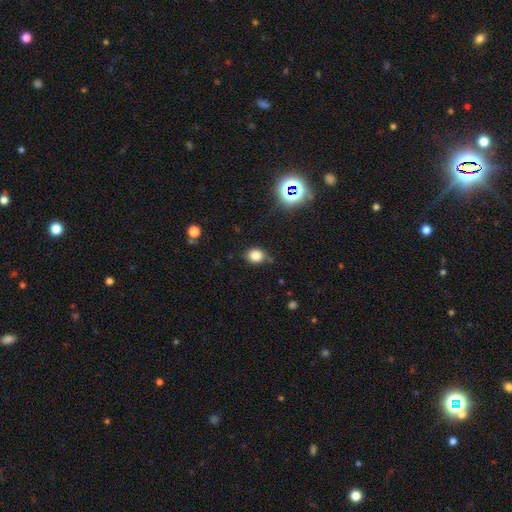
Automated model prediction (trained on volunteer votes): This appears to be a smooth galaxy with no disk features (80%) that is round (59%). Merging: none (73%).